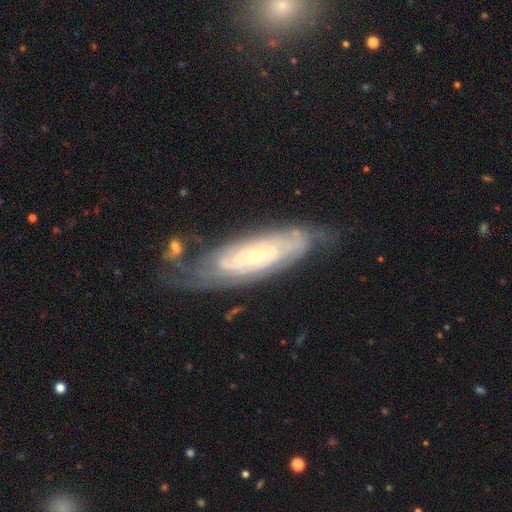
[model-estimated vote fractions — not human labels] Smooth or featured?
  - featured or disk: 80% *
  - smooth: 14%
  - star or artifact: 6%
Edge-on disk?
  - no: 83% *
  - yes: 17%
Bar?
  - no: 68% *
  - weak: 25%
  - strong: 8%
Spiral arms?
  - yes: 90% *
  - no: 10%
Spiral winding?
  - tight: 74% *
  - medium: 21%
  - loose: 5%
Spiral arm count?
  - can't tell: 58% *
  - 2: 19%
  - 3: 9%
  - 4: 7%
  - more than 4: 5%
  - 1: 4%
Bulge size?
  - small: 57% *
  - moderate: 35%
  - large: 4%
  - none: 3%
  - dominant: 1%
Merging?
  - none: 59% *
  - minor disturbance: 24%
  - major disturbance: 13%
  - merger: 5%